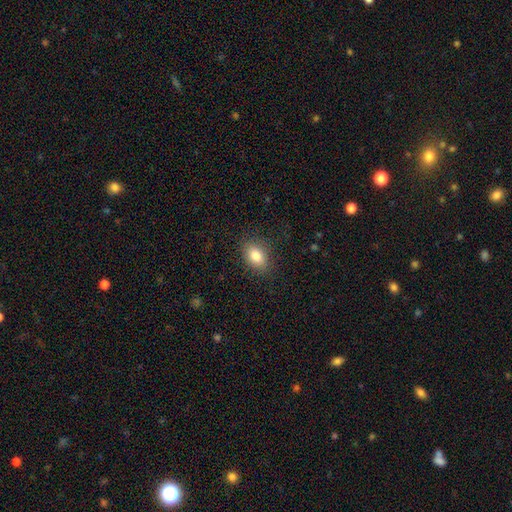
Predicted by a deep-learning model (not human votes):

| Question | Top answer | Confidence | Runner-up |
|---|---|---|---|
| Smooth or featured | smooth | 82% | star or artifact (9%) |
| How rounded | in between | 82% | round (16%) |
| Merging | none | 85% | minor disturbance (11%) |